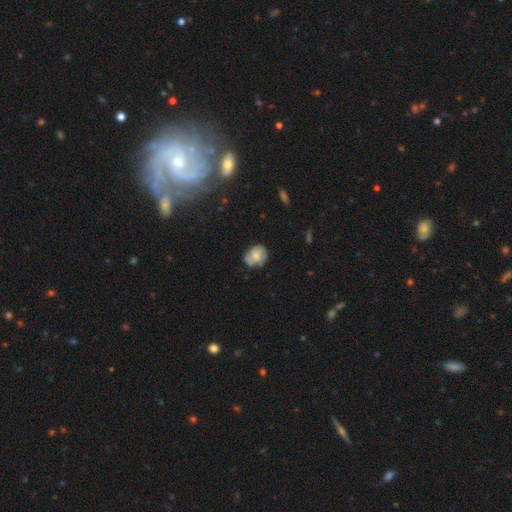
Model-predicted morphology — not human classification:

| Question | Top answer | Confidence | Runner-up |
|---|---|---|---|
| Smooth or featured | smooth | 57% | featured or disk (35%) |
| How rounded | round | 59% | in between (40%) |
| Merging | none | 63% | minor disturbance (27%) |